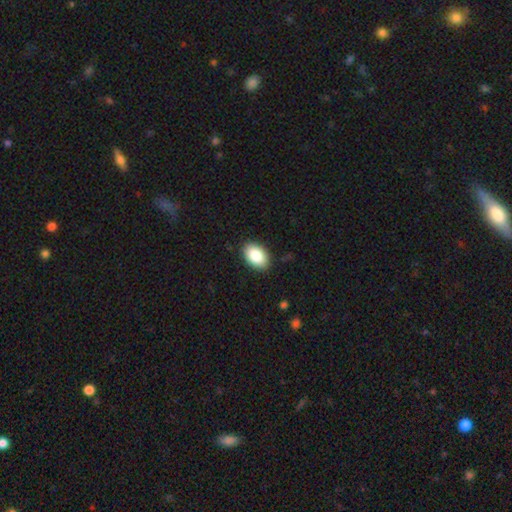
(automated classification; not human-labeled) This appears to be a smooth galaxy with no disk features (87%) that is in between round and cigar-shaped (90%). Merging: none (89%).